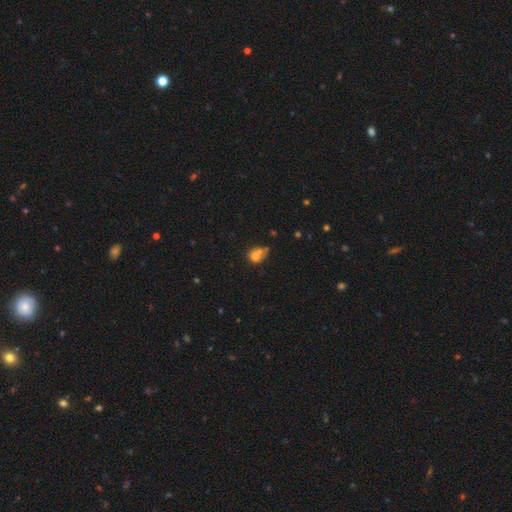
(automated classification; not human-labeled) smooth-or-featured: smooth: 66% | featured or disk: 21% | star or artifact: 13%
  how-rounded: round: 64% | in between: 35% | cigar-shaped: 1%
  merging: merger: 49% | none: 31% | minor disturbance: 13% | major disturbance: 8%